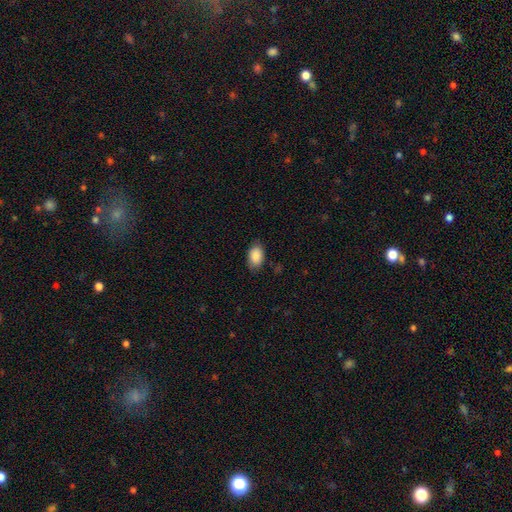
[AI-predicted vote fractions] smooth-or-featured: smooth: 88% | star or artifact: 7% | featured or disk: 5%
  how-rounded: in between: 89% | round: 10% | cigar-shaped: 1%
  merging: none: 80% | minor disturbance: 16% | major disturbance: 3% | merger: 1%